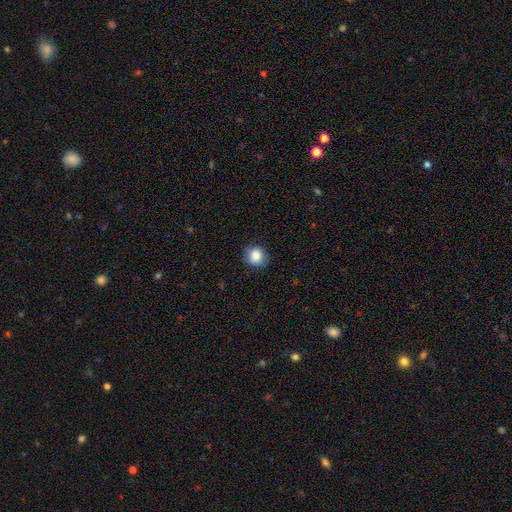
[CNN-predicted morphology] This appears to be a smooth galaxy with no disk features (84%) that is round (80%). Merging: none (81%).